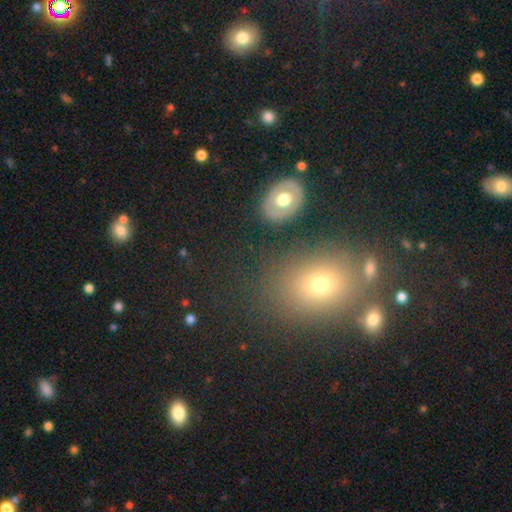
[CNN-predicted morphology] smooth_or_featured: smooth (p=0.58) [alt: star or artifact p=0.29]
how_rounded: in between (p=0.56) [alt: round p=0.42]
merging: none (p=0.78) [alt: minor disturbance p=0.11]